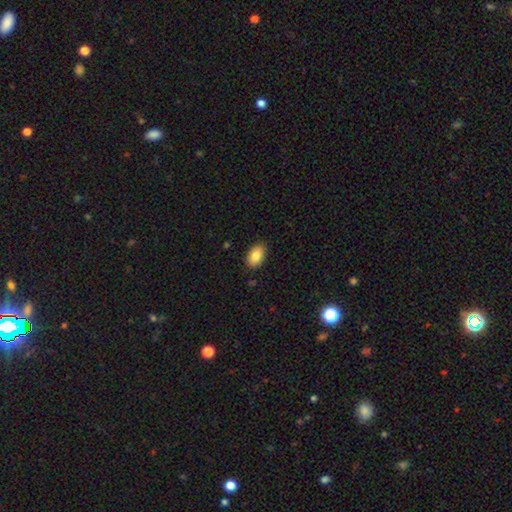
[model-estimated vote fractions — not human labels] Overall: smooth (85%). How rounded: in between (91%). Merging: none (88%).